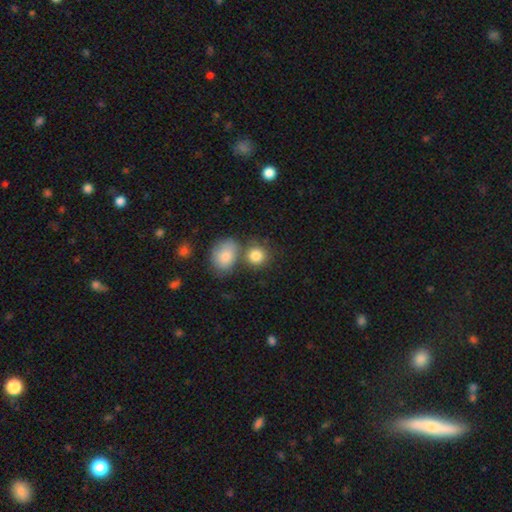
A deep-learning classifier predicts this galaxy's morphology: smooth 84%, star or artifact 8%, featured or disk 8%. Down the decision tree: how rounded — round (79%); merging — none (56%).